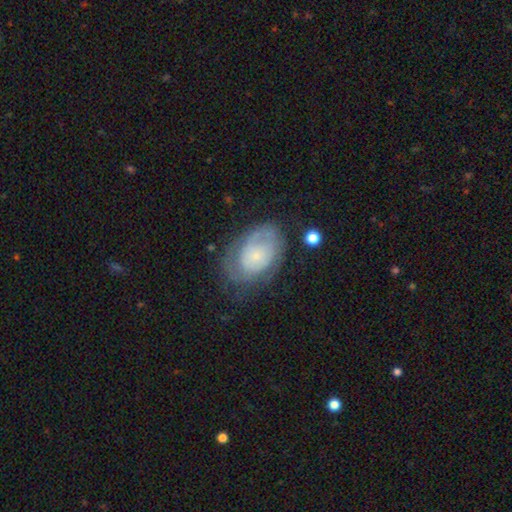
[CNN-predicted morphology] Q: Smooth or featured?
A: featured or disk (61%); runner-up: smooth (32%)
Q: Edge-on disk?
A: no (96%); runner-up: yes (4%)
Q: Bar?
A: no (83%); runner-up: weak (15%)
Q: Spiral arms?
A: yes (72%); runner-up: no (28%)
Q: Bulge size?
A: small (75%); runner-up: moderate (16%)
Q: Merging?
A: none (57%); runner-up: minor disturbance (25%)